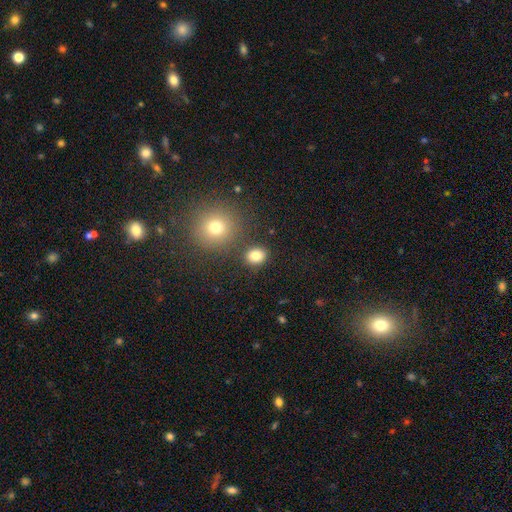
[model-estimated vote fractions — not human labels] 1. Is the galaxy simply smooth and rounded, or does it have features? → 81% smooth, 12% star or artifact, 7% featured or disk.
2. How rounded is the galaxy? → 61% round, 38% in between, 1% cigar-shaped.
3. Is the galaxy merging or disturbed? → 81% none, 9% minor disturbance, 7% merger, 3% major disturbance.